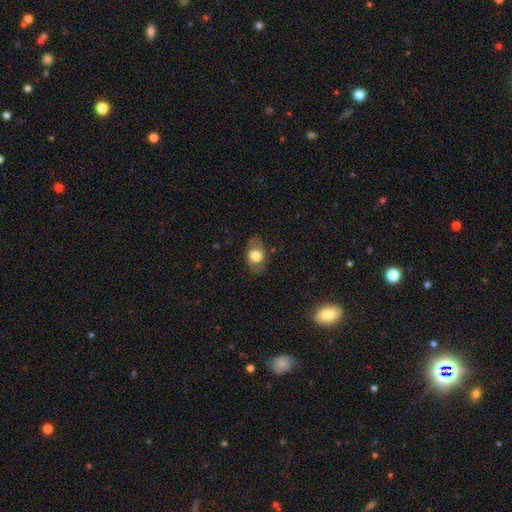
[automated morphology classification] smooth 63%, featured or disk 29%, star or artifact 8%. Down the decision tree: how rounded — in between (77%); merging — none (77%).